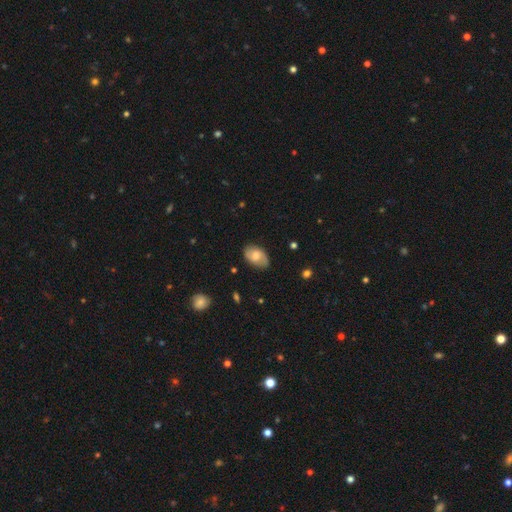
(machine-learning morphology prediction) Smooth or featured? smooth (51%)
How rounded? in between (89%)
Merging? none (78%)